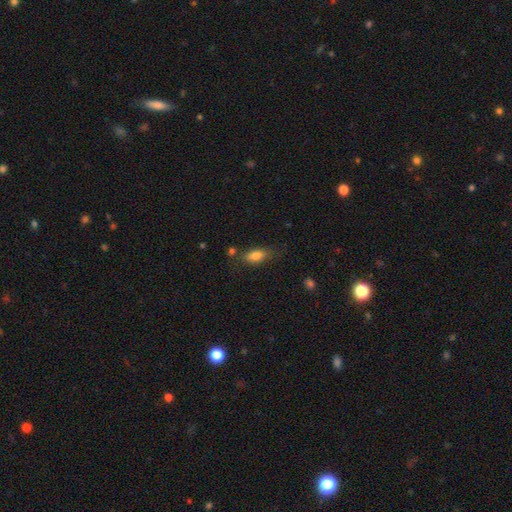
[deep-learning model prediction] Smooth or featured? smooth (80%)
How rounded? in between (82%)
Merging? none (69%)